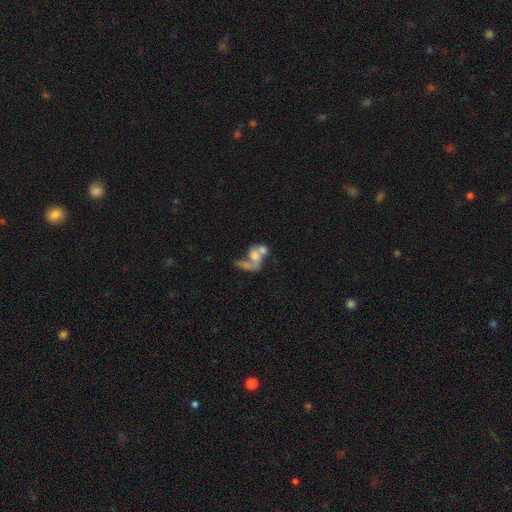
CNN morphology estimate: Overall: featured or disk (53%; smooth 37%). Edge-on disk: no (96%). Bar: no (76%). Spiral arms: yes (56%; no 44%). Bulge size: moderate (39%; small 23%). Merging: merger (63%).